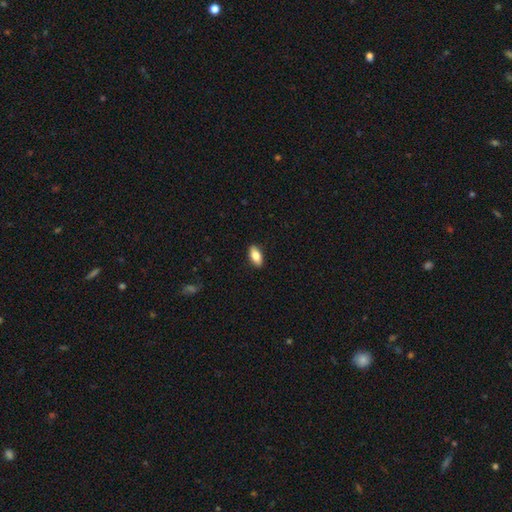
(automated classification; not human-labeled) smooth_or_featured: smooth (p=0.79) [alt: featured or disk p=0.14]
how_rounded: in between (p=0.87) [alt: cigar-shaped p=0.10]
merging: none (p=0.90) [alt: minor disturbance p=0.08]